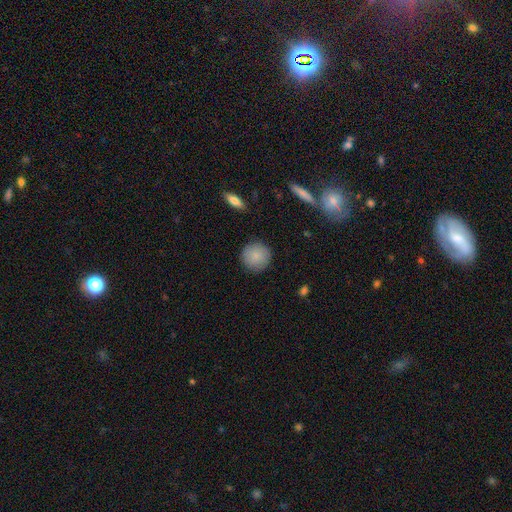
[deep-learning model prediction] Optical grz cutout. It shows a smooth galaxy with no disk features (85%) that is round (93%). Merging: none (88%).